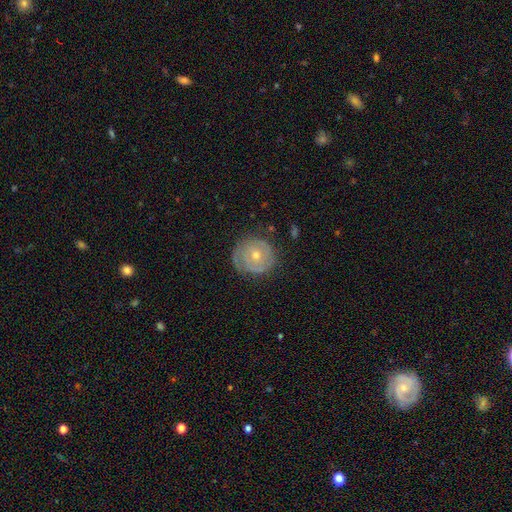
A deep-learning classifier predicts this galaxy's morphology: Smooth or featured? featured or disk (65%)
Edge-on disk? no (97%)
Bar? no (81%)
Spiral arms? yes (71%)
Bulge size? moderate (55%)
Merging? none (73%)